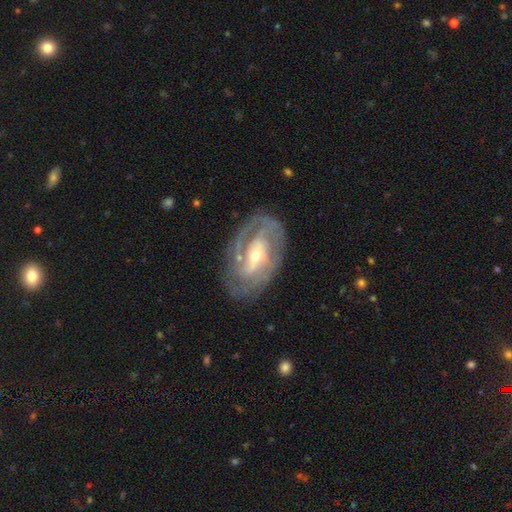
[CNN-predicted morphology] This appears to be a featured or disk galaxy (84%) with a weak bar (38%), 2 (49%) tight (55%) spiral arms (88%) and a moderate central bulge (49%). Merging: none (74%).